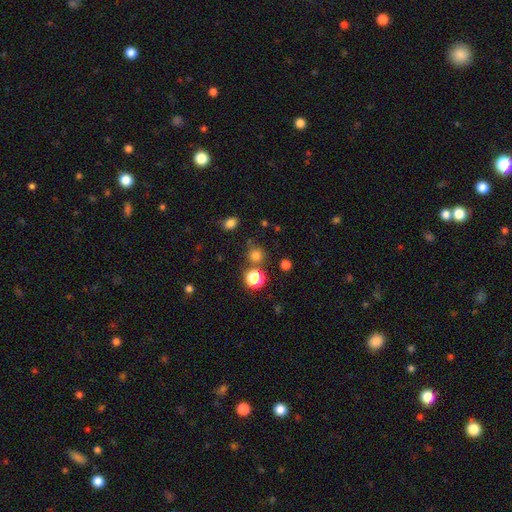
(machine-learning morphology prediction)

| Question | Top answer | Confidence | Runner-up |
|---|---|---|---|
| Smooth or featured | smooth | 74% | star or artifact (20%) |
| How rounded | round | 91% | in between (8%) |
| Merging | none | 78% | merger (10%) |